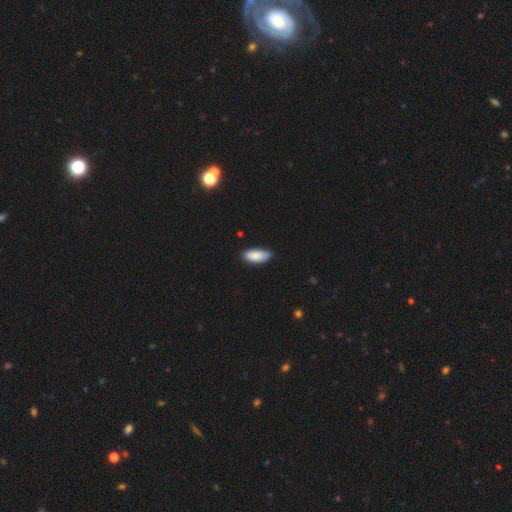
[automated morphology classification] smooth 89%, star or artifact 6%, featured or disk 5%. Down the decision tree: how rounded — in between (85%); merging — none (80%).